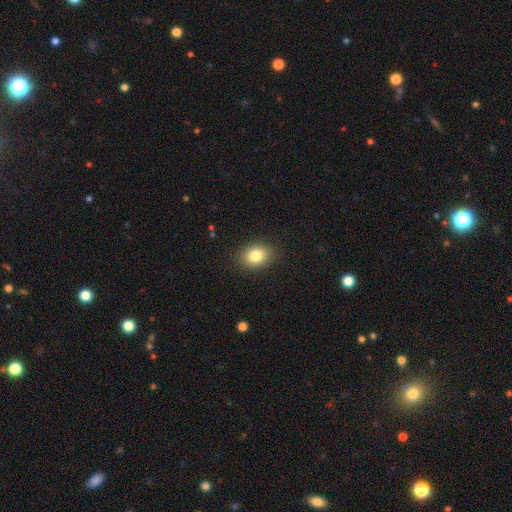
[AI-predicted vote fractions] Smooth or featured? Predicted: smooth (p=0.82). How rounded? Predicted: in between (p=0.69). Merging? Predicted: none (p=0.88).